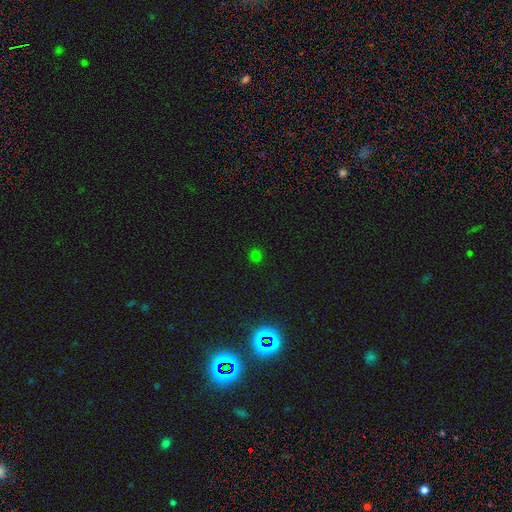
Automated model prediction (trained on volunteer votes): This appears to be a smooth galaxy with no disk features (73%) that is round (90%). Merging: none (91%).